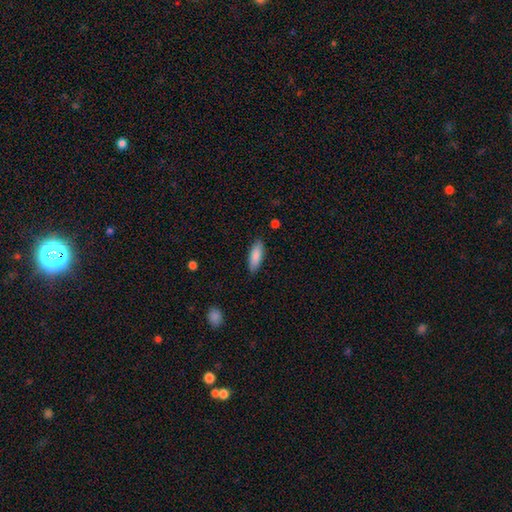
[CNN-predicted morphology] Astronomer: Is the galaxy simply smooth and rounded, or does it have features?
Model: smooth — 86%.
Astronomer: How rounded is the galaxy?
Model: in between — 62%.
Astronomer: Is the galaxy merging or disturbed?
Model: none — 86%.